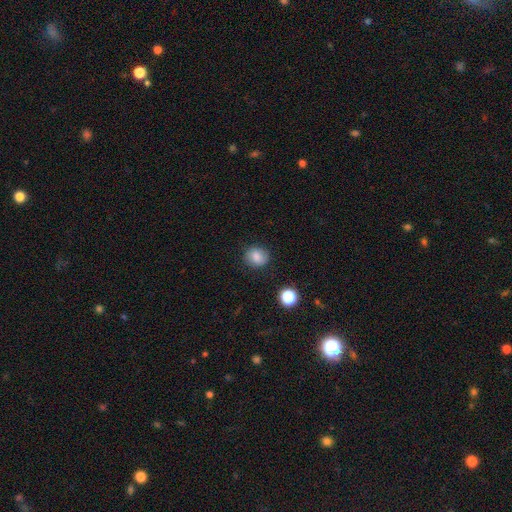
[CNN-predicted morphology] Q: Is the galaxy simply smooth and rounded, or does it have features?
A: smooth — 79%.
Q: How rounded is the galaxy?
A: round — 77%.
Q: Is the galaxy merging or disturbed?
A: none — 83%.